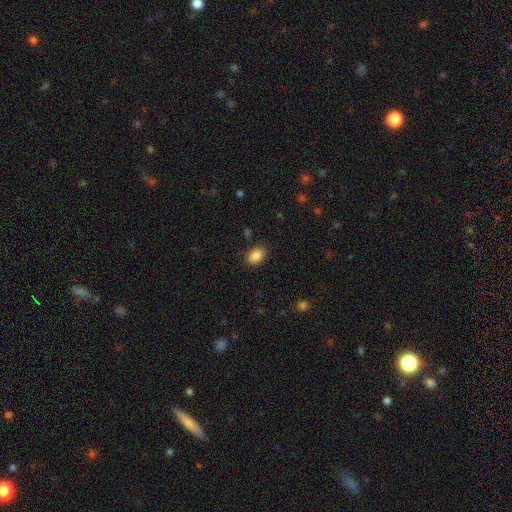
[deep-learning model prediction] smooth_or_featured: smooth (p=0.88) [alt: star or artifact p=0.08]
how_rounded: in between (p=0.87) [alt: round p=0.12]
merging: none (p=0.85) [alt: minor disturbance p=0.10]